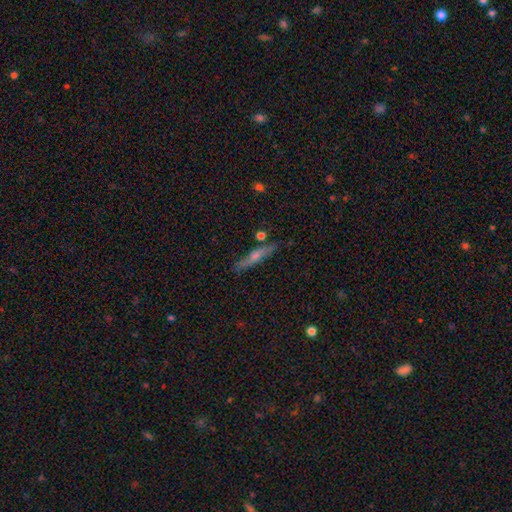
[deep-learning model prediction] This appears to be a featured or disk galaxy (58%) viewed edge-on (93%) with a rounded central bulge (77%). Merging: none (84%).